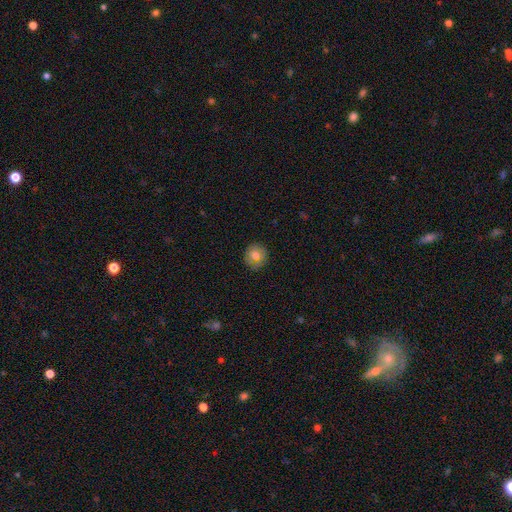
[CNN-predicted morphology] A smooth galaxy with no disk features (71%) that is round (87%). Merging: none (85%).